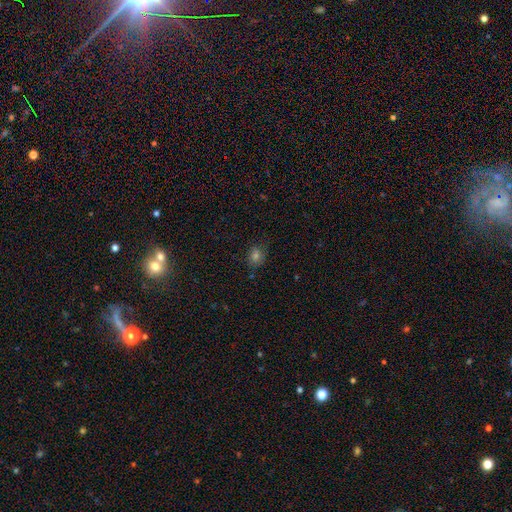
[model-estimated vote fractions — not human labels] This is likely a smooth galaxy (68%). How rounded: possibly round (57%). Merging: likely none (79%).